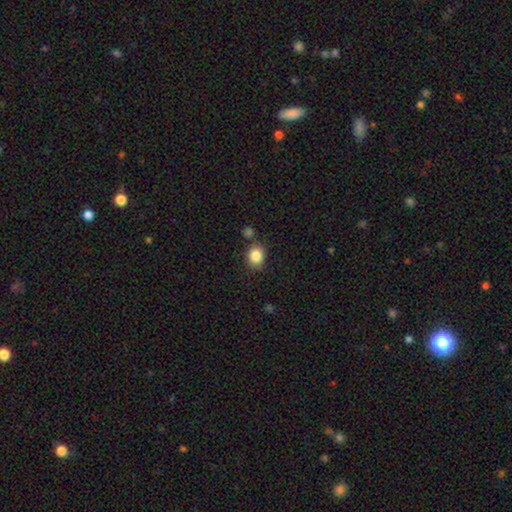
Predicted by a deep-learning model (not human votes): Smooth or featured?
  - smooth: 86% *
  - star or artifact: 10%
  - featured or disk: 5%
How rounded?
  - round: 64% *
  - in between: 35%
  - cigar-shaped: 1%
Merging?
  - none: 76% *
  - minor disturbance: 12%
  - merger: 8%
  - major disturbance: 3%